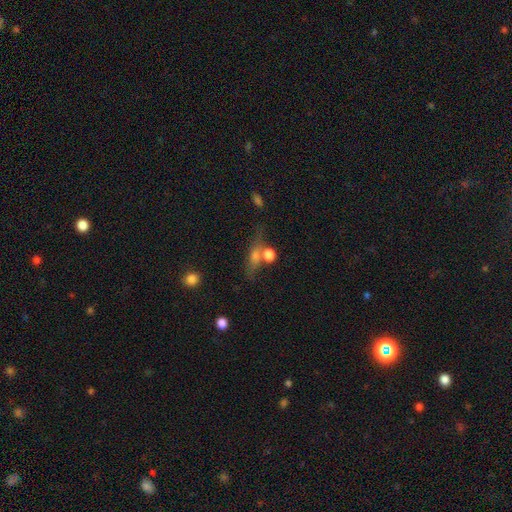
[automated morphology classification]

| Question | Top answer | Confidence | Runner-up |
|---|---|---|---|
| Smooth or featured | smooth | 49% | featured or disk (34%) |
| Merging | none | 55% | merger (21%) |